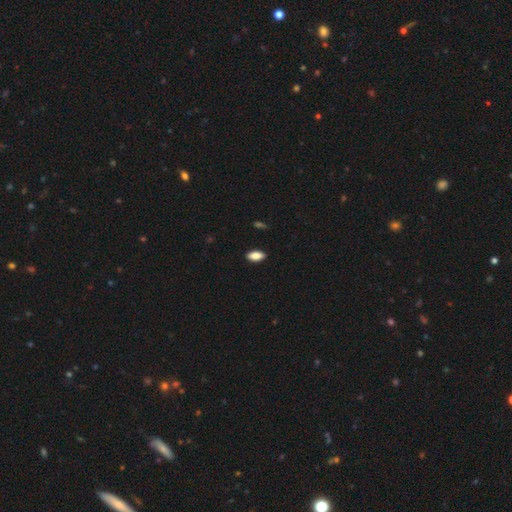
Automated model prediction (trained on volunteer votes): Smooth or featured? Predicted: smooth (p=0.85). How rounded? Predicted: in between (p=0.88). Merging? Predicted: none (p=0.88).